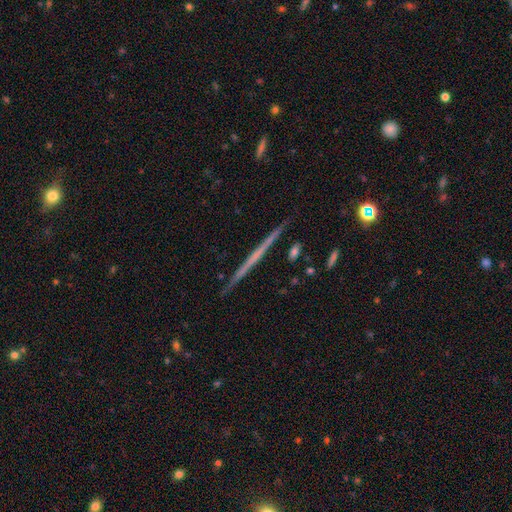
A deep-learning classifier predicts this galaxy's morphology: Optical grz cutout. It shows a featured or disk galaxy (65%) viewed edge-on (98%) with no central bulge (85%). Merging: none (91%).